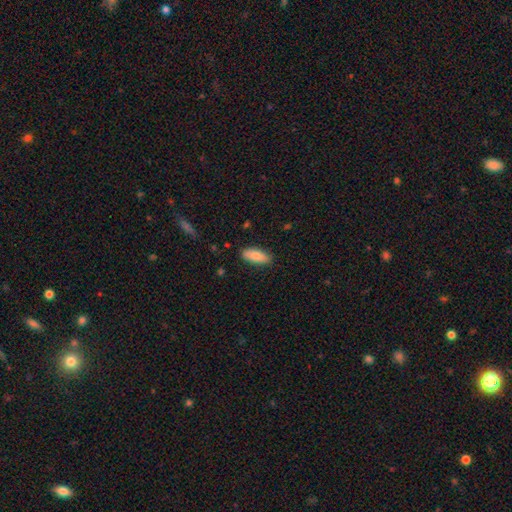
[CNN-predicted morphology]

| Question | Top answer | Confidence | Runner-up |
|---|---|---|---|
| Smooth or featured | smooth | 84% | featured or disk (10%) |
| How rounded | in between | 81% | cigar-shaped (17%) |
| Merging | none | 86% | minor disturbance (11%) |